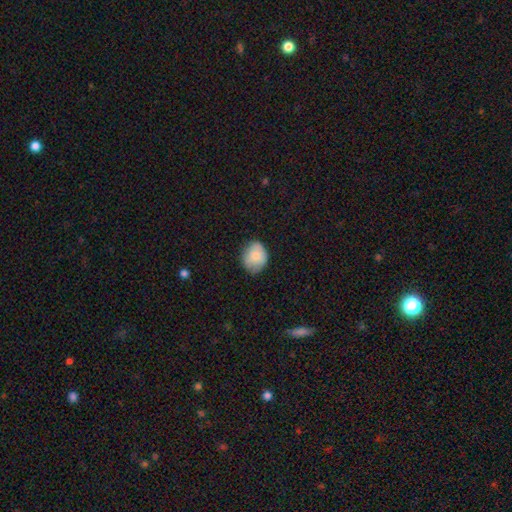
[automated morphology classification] This appears to be a smooth galaxy with no disk features (81%) that is round (55%). Merging: none (74%).